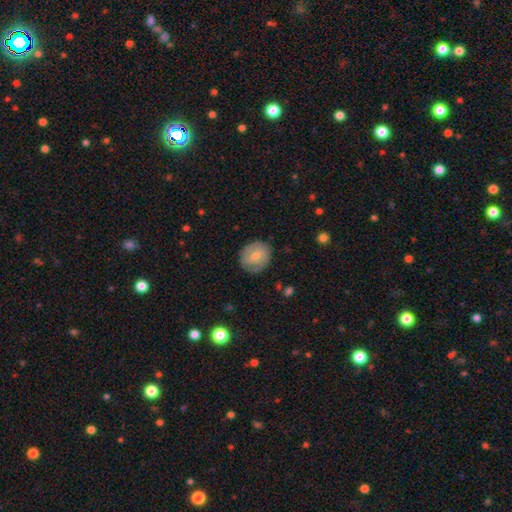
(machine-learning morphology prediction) Smooth or featured?
  - smooth: 55% *
  - featured or disk: 38%
  - star or artifact: 7%
How rounded?
  - round: 69% *
  - in between: 30%
  - cigar-shaped: 1%
Merging?
  - none: 79% *
  - minor disturbance: 16%
  - major disturbance: 4%
  - merger: 1%